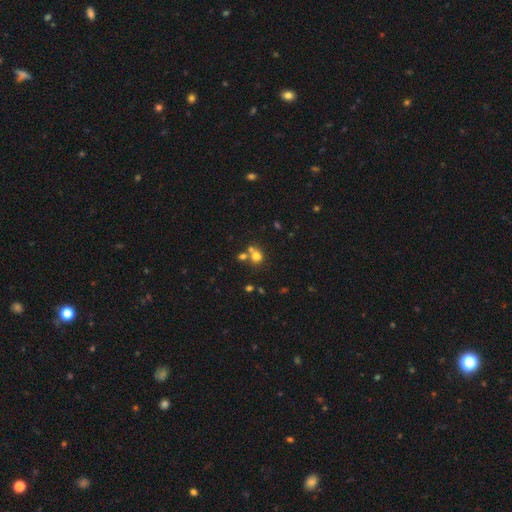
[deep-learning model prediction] Q: Smooth or featured?
A: smooth (71%); runner-up: star or artifact (17%)
Q: How rounded?
A: round (76%); runner-up: in between (23%)
Q: Merging?
A: none (47%); runner-up: merger (41%)